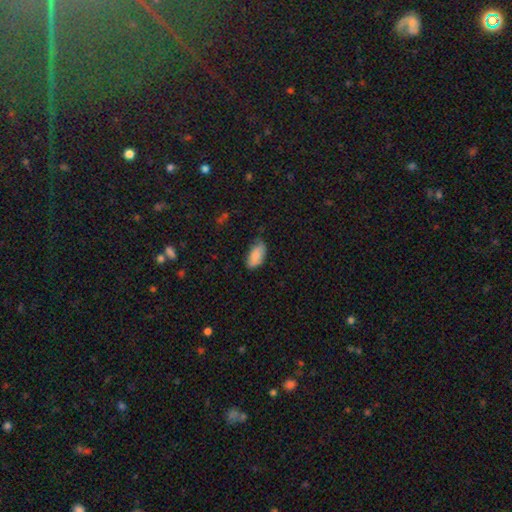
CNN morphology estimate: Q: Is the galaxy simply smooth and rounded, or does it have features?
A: smooth — 86%.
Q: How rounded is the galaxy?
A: in between — 92%.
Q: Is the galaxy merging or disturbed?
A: none — 68%.